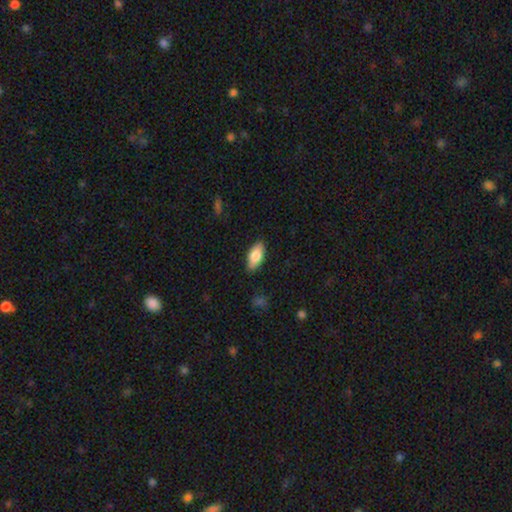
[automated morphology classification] smooth 80%, featured or disk 14%, star or artifact 6%. Down the decision tree: how rounded — in between (90%); merging — none (85%).